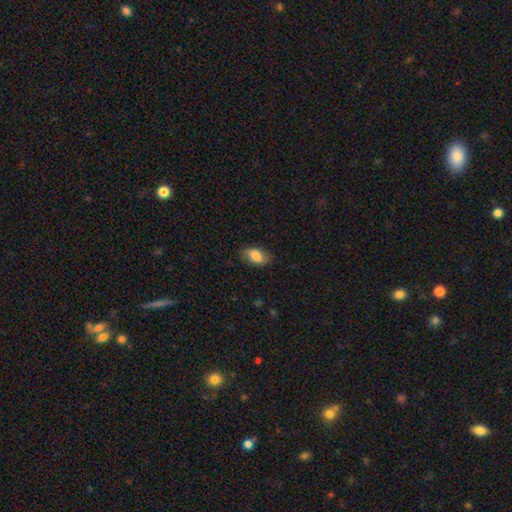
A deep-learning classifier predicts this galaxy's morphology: Smooth or featured?
  - smooth: 81% *
  - featured or disk: 11%
  - star or artifact: 7%
How rounded?
  - in between: 89% *
  - round: 7%
  - cigar-shaped: 3%
Merging?
  - none: 80% *
  - minor disturbance: 16%
  - major disturbance: 4%
  - merger: 1%